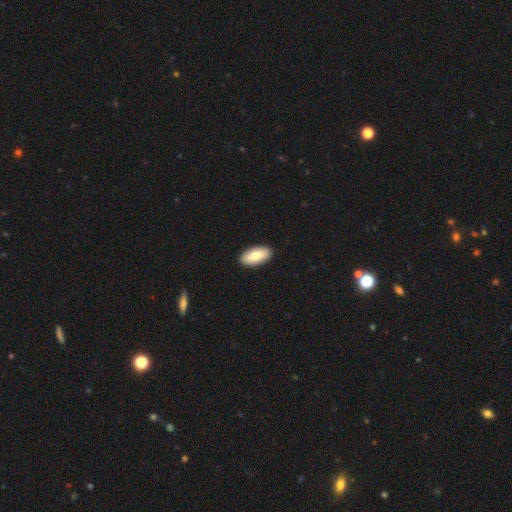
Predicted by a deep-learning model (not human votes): Smooth or featured: smooth — 83% (featured or disk — 12%)
How rounded: in between — 92% (cigar-shaped — 5%)
Merging: none — 91% (minor disturbance — 6%)